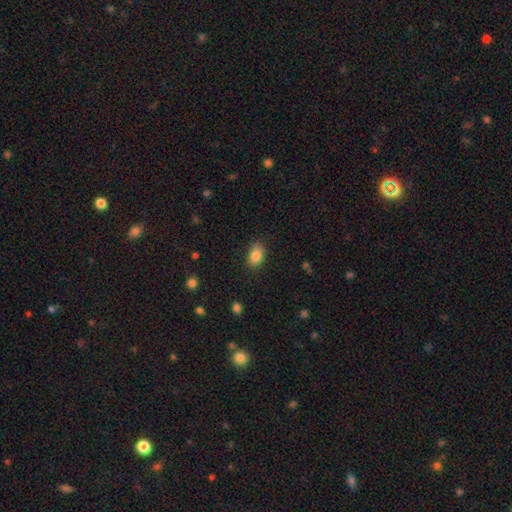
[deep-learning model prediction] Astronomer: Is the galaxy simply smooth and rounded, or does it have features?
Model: smooth — 85%.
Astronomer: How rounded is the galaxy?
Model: in between — 84%.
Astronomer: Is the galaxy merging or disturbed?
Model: none — 78%.